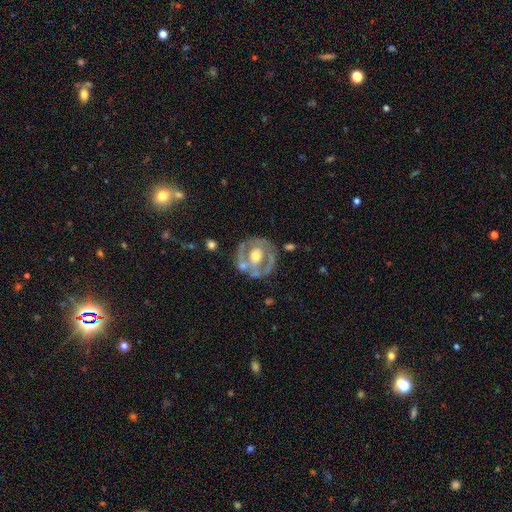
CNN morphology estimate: This appears to be a featured or disk galaxy (70%) with no bar (67%), no spiral arms (64%) and a moderate central bulge (71%). Merging: none (64%).